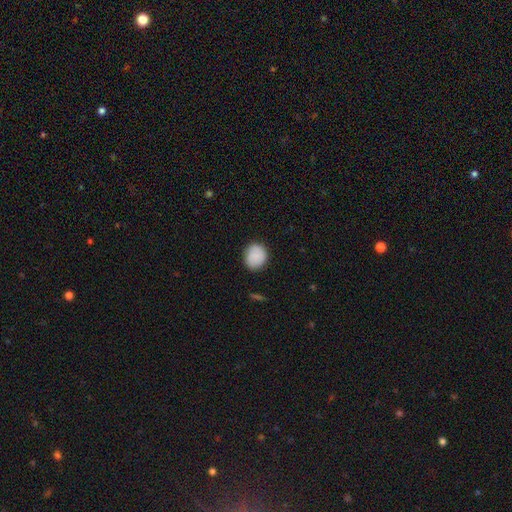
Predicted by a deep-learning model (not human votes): A smooth galaxy with no disk features (88%) that is round (76%). Merging: none (86%).